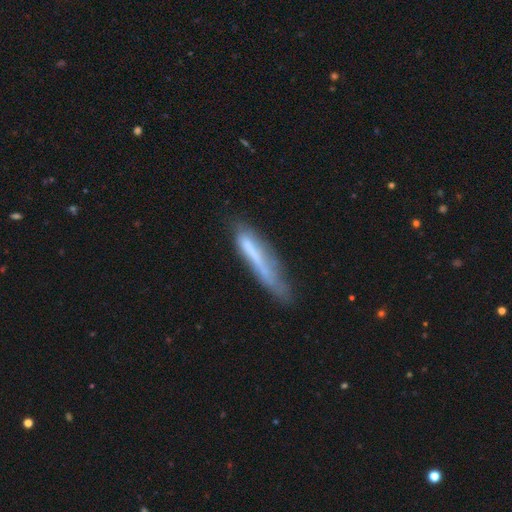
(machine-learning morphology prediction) Smooth or featured? smooth (55%)
How rounded? cigar-shaped (89%)
Merging? none (50%)